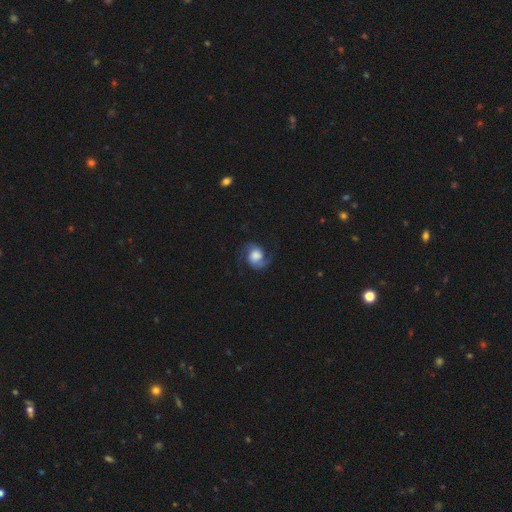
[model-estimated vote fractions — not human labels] This appears to be a featured or disk galaxy (73%) with no bar (66%), 2 (86%) medium (44%) spiral arms (95%) and a large central bulge (44%). Merging: none (69%).